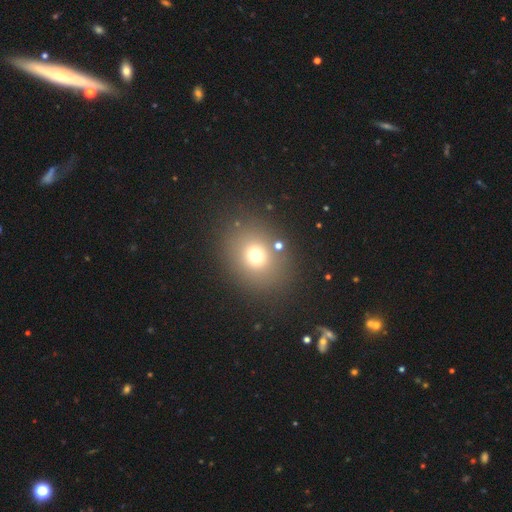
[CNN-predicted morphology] Overall: smooth (70%). How rounded: round (61%; in between 38%). Merging: none (82%).